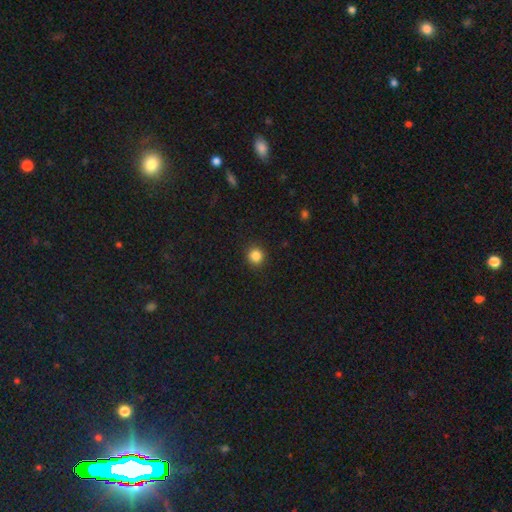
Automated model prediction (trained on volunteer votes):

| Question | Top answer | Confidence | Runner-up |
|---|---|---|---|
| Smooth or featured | smooth | 85% | star or artifact (11%) |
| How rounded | round | 93% | in between (6%) |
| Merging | none | 92% | minor disturbance (5%) |